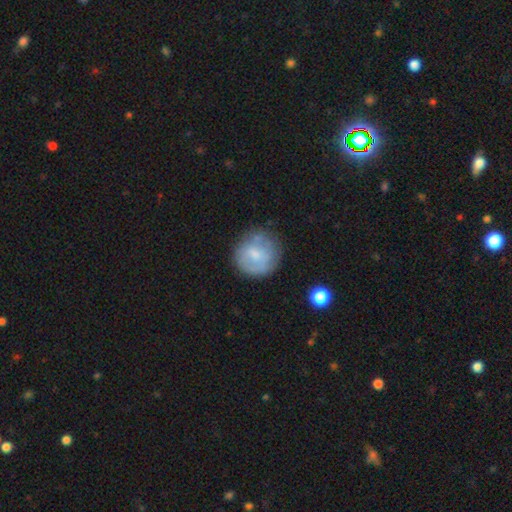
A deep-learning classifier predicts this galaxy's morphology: Smooth or featured: smooth — 57% (featured or disk — 36%)
How rounded: round — 90% (in between — 9%)
Merging: none — 67% (minor disturbance — 21%)